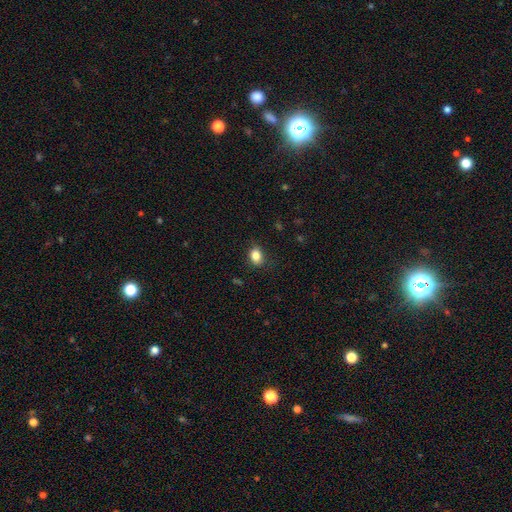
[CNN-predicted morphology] Smooth or featured? smooth (85%)
How rounded? in between (68%)
Merging? none (83%)